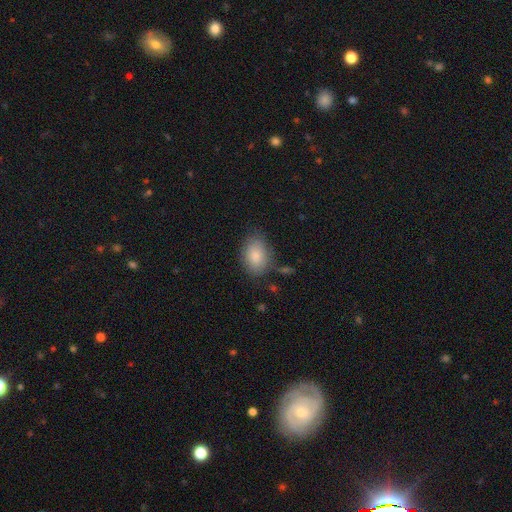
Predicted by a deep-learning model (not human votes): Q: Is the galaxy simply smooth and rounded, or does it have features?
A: smooth — 86%.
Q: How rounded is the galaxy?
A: in between — 81%.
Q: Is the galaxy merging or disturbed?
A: none — 72%.